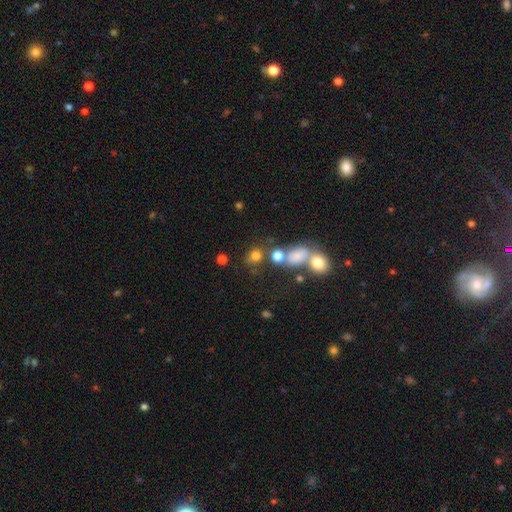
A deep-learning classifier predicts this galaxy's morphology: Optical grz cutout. It shows a smooth galaxy with no disk features (72%) that is round (76%). Merging: none (56%).